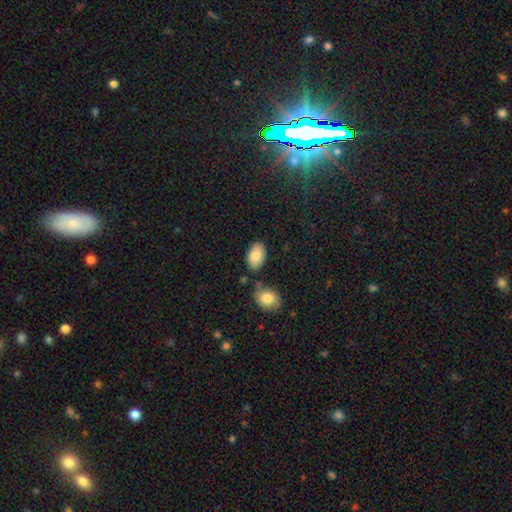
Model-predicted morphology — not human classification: Smooth or featured?
  - smooth: 83% *
  - featured or disk: 10%
  - star or artifact: 7%
How rounded?
  - in between: 93% *
  - round: 6%
  - cigar-shaped: 1%
Merging?
  - none: 75% *
  - minor disturbance: 13%
  - merger: 8%
  - major disturbance: 3%